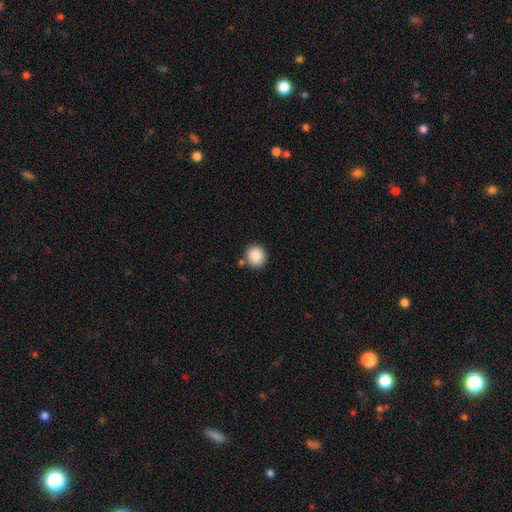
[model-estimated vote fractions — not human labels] smooth 88%, star or artifact 8%, featured or disk 4%. Down the decision tree: how rounded — round (83%); merging — none (83%).